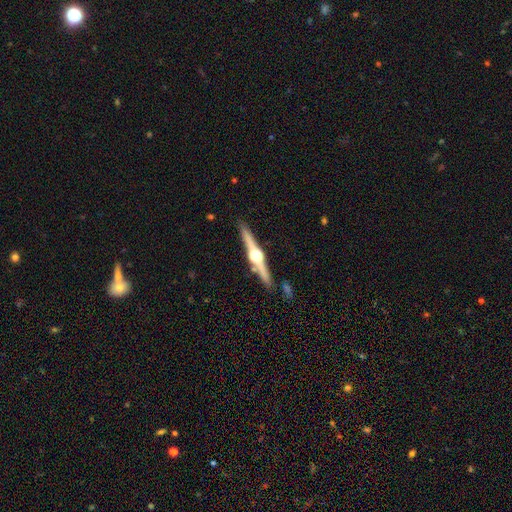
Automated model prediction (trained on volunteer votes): This is clearly a featured or disk galaxy (84%). It is clearly viewed edge-on (98%). Edge-on bulge: clearly rounded (96%). Merging: clearly none (88%).